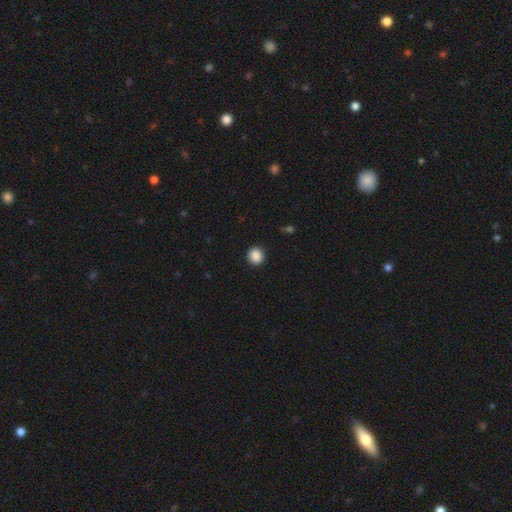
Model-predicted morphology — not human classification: Smooth or featured?
  - smooth: 89% *
  - star or artifact: 9%
  - featured or disk: 3%
How rounded?
  - round: 89% *
  - in between: 10%
  - cigar-shaped: 1%
Merging?
  - none: 91% *
  - minor disturbance: 6%
  - major disturbance: 2%
  - merger: 1%